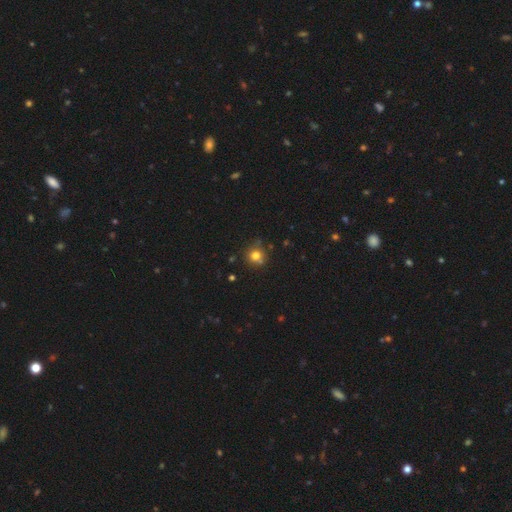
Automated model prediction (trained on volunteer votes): smooth_or_featured: smooth (p=0.75) [alt: star or artifact p=0.15]
how_rounded: round (p=0.89) [alt: in between p=0.10]
merging: none (p=0.70) [alt: minor disturbance p=0.14]